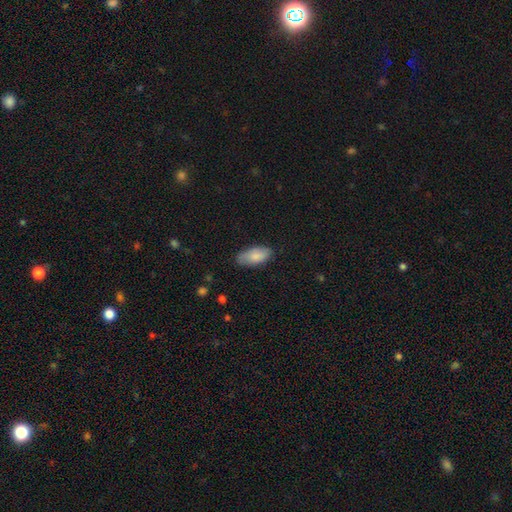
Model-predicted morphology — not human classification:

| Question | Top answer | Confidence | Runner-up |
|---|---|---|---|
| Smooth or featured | smooth | 83% | featured or disk (11%) |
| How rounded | in between | 91% | cigar-shaped (7%) |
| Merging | none | 78% | minor disturbance (18%) |